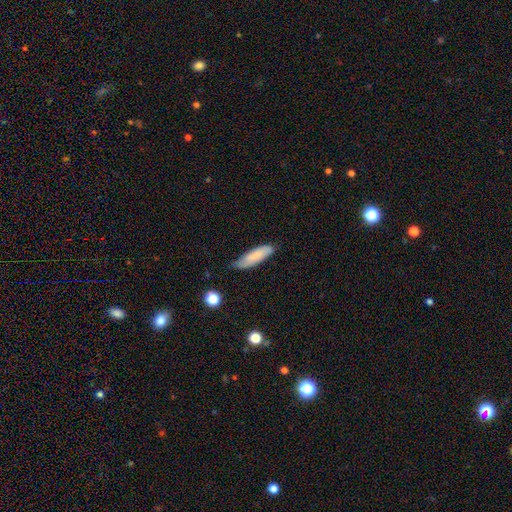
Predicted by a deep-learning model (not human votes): This is clearly a smooth galaxy (80%). How rounded: possibly cigar-shaped (59%). Merging: likely none (63%).